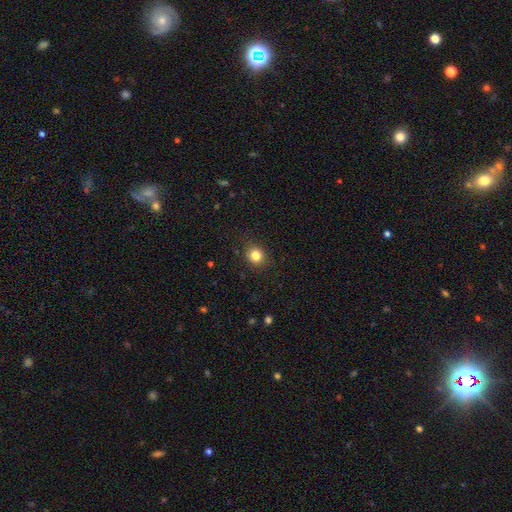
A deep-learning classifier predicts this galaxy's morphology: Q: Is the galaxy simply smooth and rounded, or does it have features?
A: smooth — 83%.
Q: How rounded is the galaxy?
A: round — 81%.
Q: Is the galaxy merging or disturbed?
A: none — 88%.